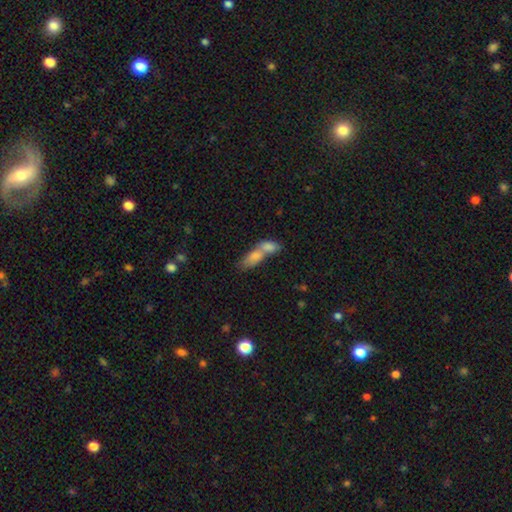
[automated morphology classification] A smooth galaxy with no disk features (70%) that is in between round and cigar-shaped (70%). Merging: merger (69%).